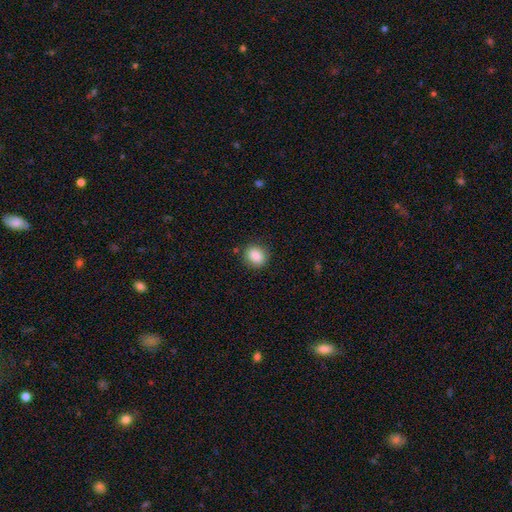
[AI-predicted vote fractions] Smooth or featured? Predicted: smooth (p=0.87). How rounded? Predicted: round (p=0.69). Merging? Predicted: none (p=0.86).